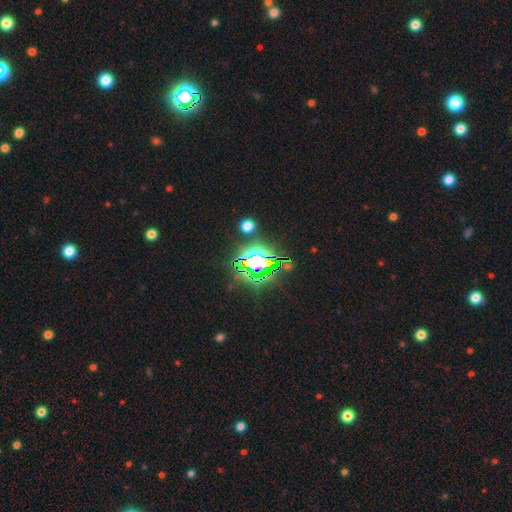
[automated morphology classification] star or artifact 75%, smooth 15%, featured or disk 10%.